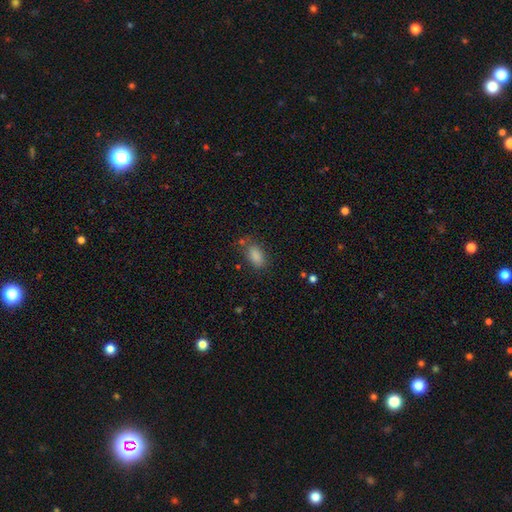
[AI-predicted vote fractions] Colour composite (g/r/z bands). It shows a smooth galaxy with no disk features (86%) that is in between round and cigar-shaped (90%). Merging: none (72%).